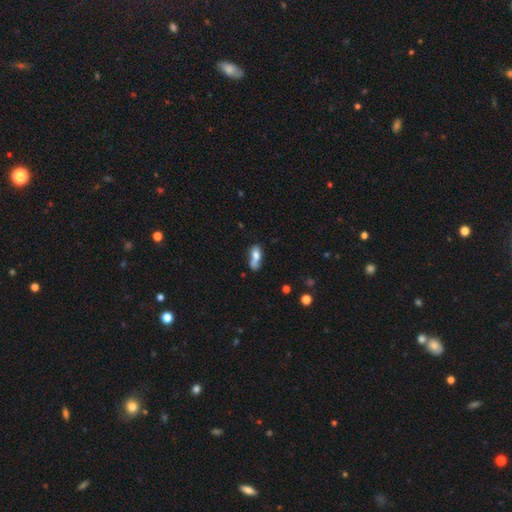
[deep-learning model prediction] Q: Smooth or featured?
A: smooth (71%); runner-up: featured or disk (19%)
Q: How rounded?
A: in between (72%); runner-up: cigar-shaped (22%)
Q: Merging?
A: merger (32%); runner-up: none (30%)